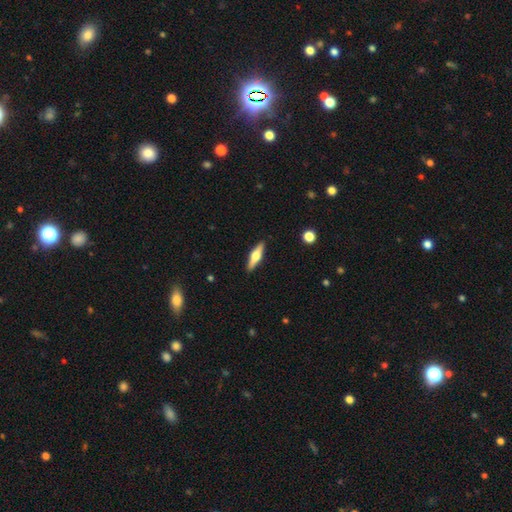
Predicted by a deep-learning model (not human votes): This is possibly a featured or disk galaxy (56%). It is clearly viewed edge-on (95%). Edge-on bulge: clearly rounded (92%). Merging: clearly none (90%).